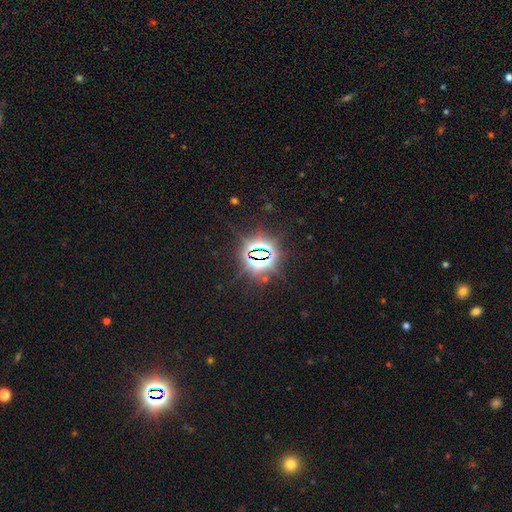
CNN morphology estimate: A star or artifact, not a galaxy (83%).